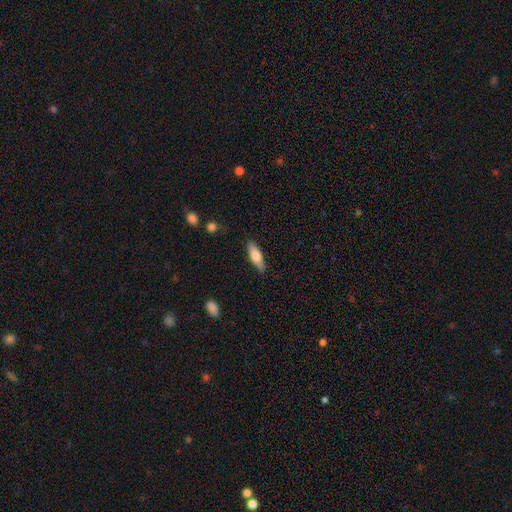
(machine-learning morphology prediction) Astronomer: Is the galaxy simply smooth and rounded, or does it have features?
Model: smooth — 63%.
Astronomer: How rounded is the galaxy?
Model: cigar-shaped — 50% (runner-up: in between, 48%).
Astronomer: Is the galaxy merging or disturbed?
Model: none — 84%.